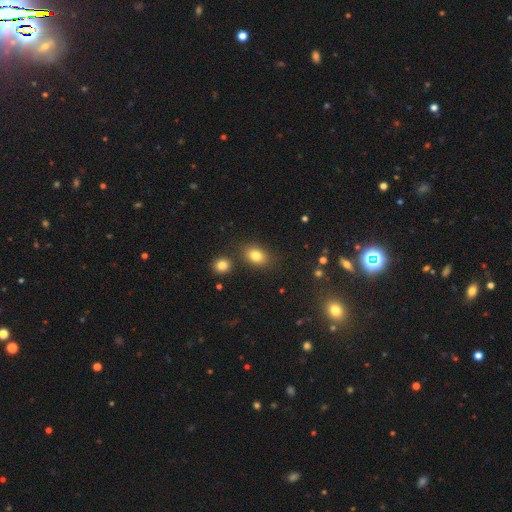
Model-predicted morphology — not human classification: smooth 81%, star or artifact 10%, featured or disk 8%. Down the decision tree: how rounded — in between (75%); merging — none (78%).